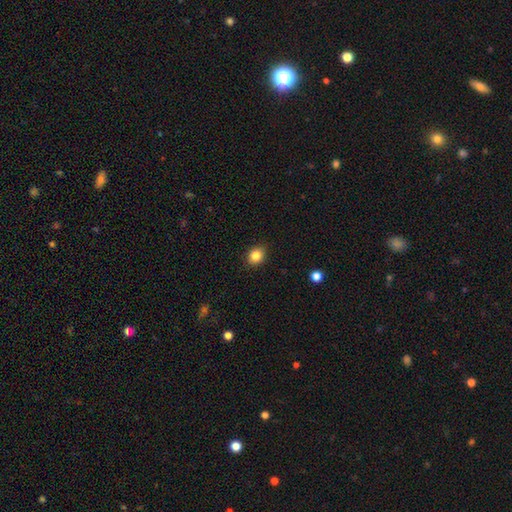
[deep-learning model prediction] A smooth galaxy with no disk features (85%) that is round (61%). Merging: none (87%).